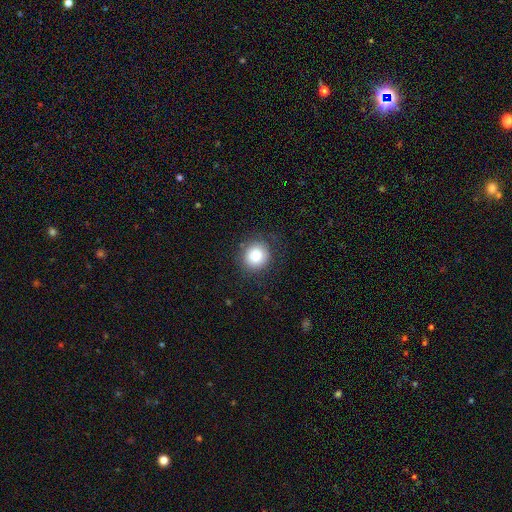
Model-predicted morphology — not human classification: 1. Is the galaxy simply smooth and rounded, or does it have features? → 85% smooth, 9% star or artifact, 5% featured or disk.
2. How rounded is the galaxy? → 88% round, 11% in between, 1% cigar-shaped.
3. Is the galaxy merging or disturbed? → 84% none, 11% minor disturbance, 5% major disturbance, 1% merger.